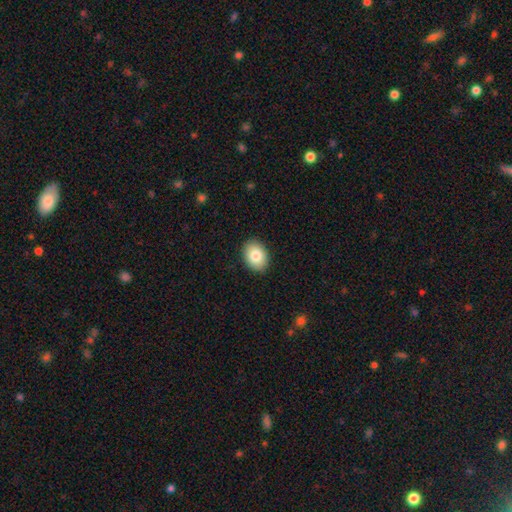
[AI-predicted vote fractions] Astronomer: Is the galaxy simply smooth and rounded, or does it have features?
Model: smooth — 83%.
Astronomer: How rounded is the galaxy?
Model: in between — 69%.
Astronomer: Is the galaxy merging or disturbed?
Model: none — 90%.